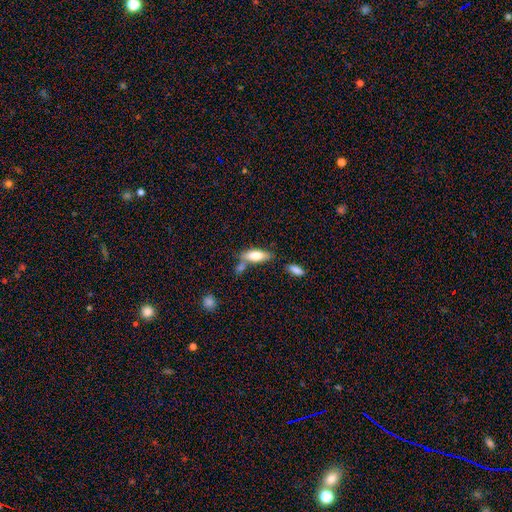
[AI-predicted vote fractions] A smooth galaxy with no disk features (75%) that is in between round and cigar-shaped (62%).

Vote fractions:
- Smooth or featured? smooth: 75% / featured or disk: 18% / star or artifact: 7%
- How rounded? in between: 62% / cigar-shaped: 36% / round: 2%
- Merging? none: 53% / merger: 23% / minor disturbance: 18% / major disturbance: 6%